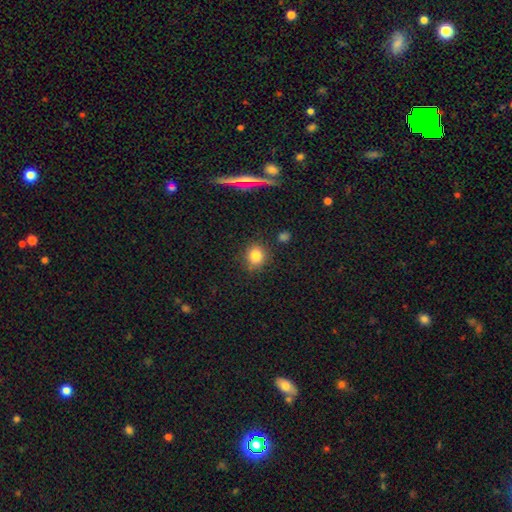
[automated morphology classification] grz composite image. It shows a smooth galaxy with no disk features (80%) that is round (84%). Merging: none (84%).